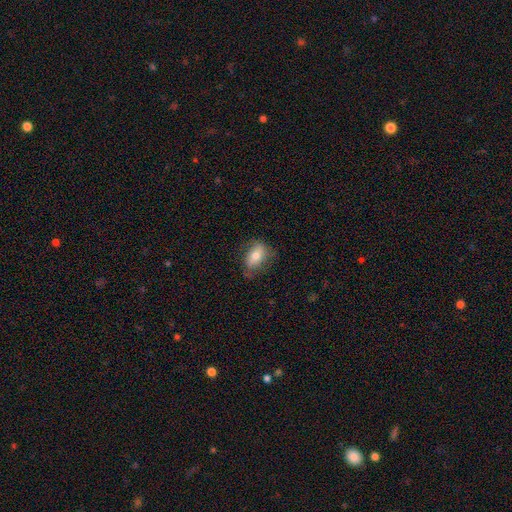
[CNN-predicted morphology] The model was most divided on "merging": none: 63%, minor disturbance: 26%, major disturbance: 10%, merger: 1%. More confident: how rounded — in between (87%); smooth or featured — smooth (70%).